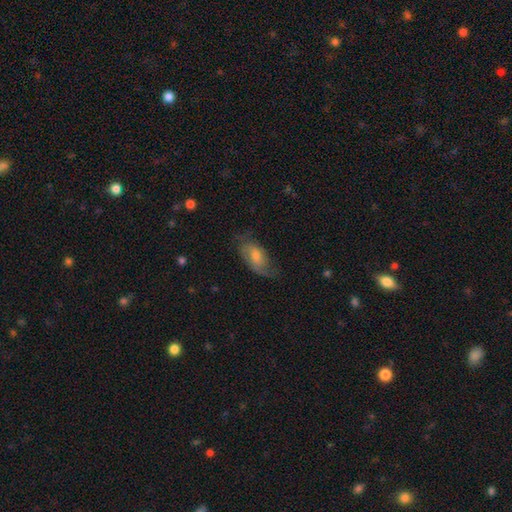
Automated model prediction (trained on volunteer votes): A featured or disk galaxy (51%).

Vote fractions:
- Smooth or featured? featured or disk: 51% / smooth: 41% / star or artifact: 8%
- Edge-on disk? no: 91% / yes: 9%
- Merging? none: 63% / minor disturbance: 24% / major disturbance: 11% / merger: 1%